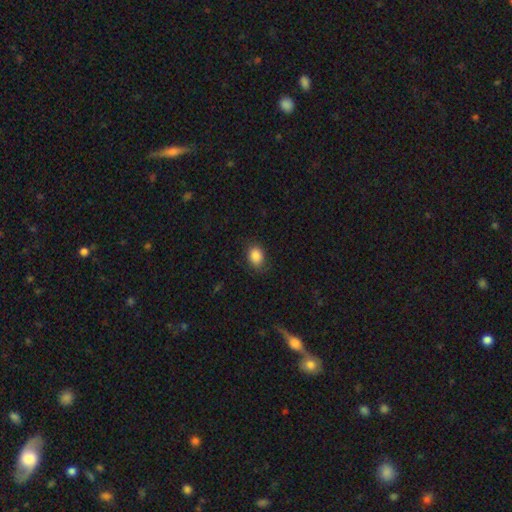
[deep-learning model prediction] A smooth galaxy with no disk features (87%) that is in between round and cigar-shaped (62%). Merging: none (78%).